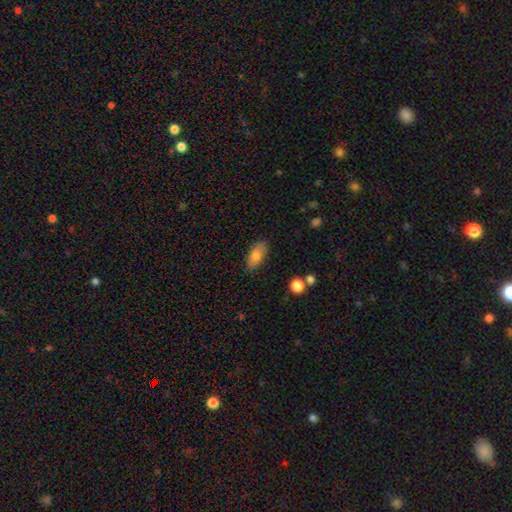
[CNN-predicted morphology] The model was most divided on "smooth or featured": smooth: 79%, featured or disk: 13%, star or artifact: 7%. More confident: how rounded — in between (87%); merging — none (83%).